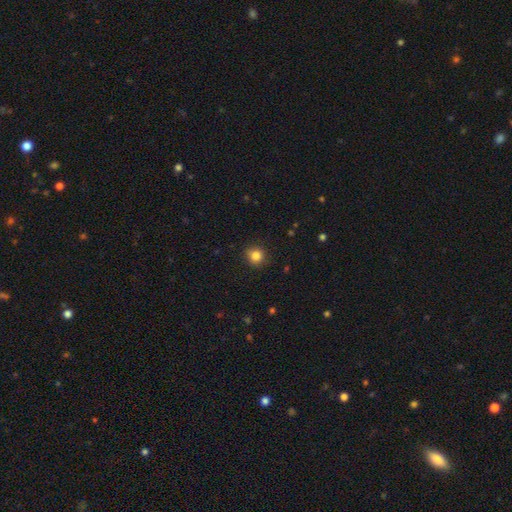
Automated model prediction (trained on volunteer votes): smooth-or-featured: smooth: 84% | star or artifact: 11% | featured or disk: 5%
  how-rounded: round: 89% | in between: 10% | cigar-shaped: 1%
  merging: none: 87% | minor disturbance: 10% | major disturbance: 2% | merger: 1%